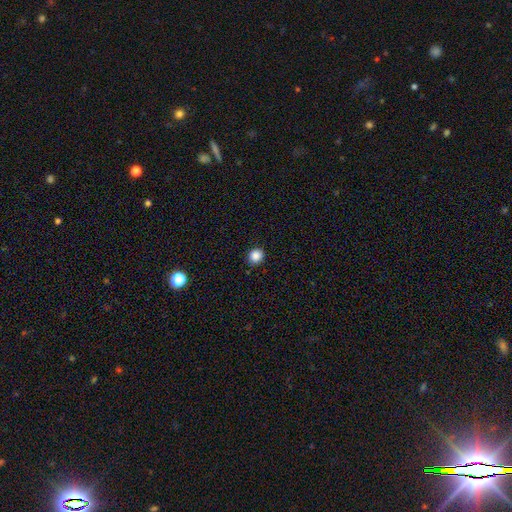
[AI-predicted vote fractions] Smooth or featured? Predicted: smooth (p=0.86). How rounded? Predicted: round (p=0.86). Merging? Predicted: none (p=0.90).